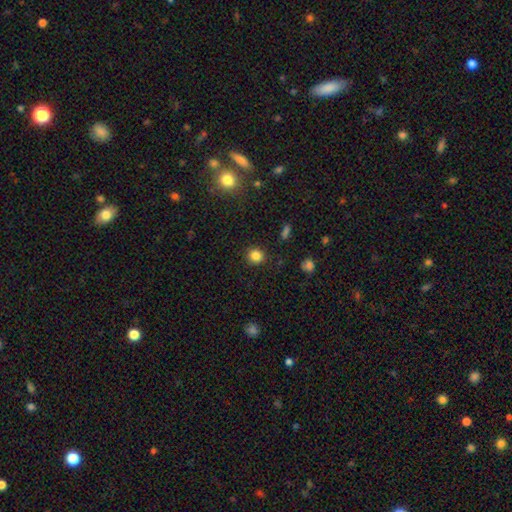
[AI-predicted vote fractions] Smooth or featured: smooth — 83% (star or artifact — 12%)
How rounded: round — 90% (in between — 9%)
Merging: none — 90% (minor disturbance — 6%)